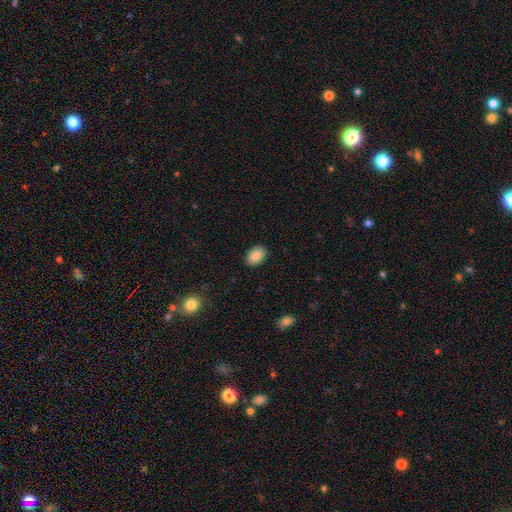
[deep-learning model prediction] Overall: smooth (88%). How rounded: in between (83%). Merging: none (88%).